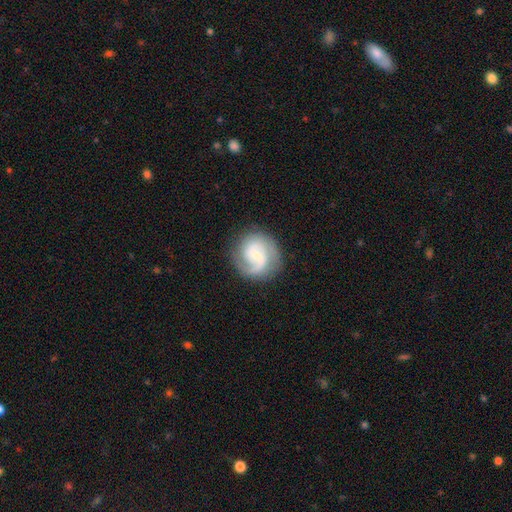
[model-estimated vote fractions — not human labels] The model was most divided on "bar": weak: 51%, no: 37%, strong: 12%. Remaining: edge-on disk — no (98%); spiral arms — yes (96%); smooth or featured — featured or disk (80%); merging — none (80%); spiral arm count — 2 (75%); bulge size — small (69%); spiral winding — medium (48%).